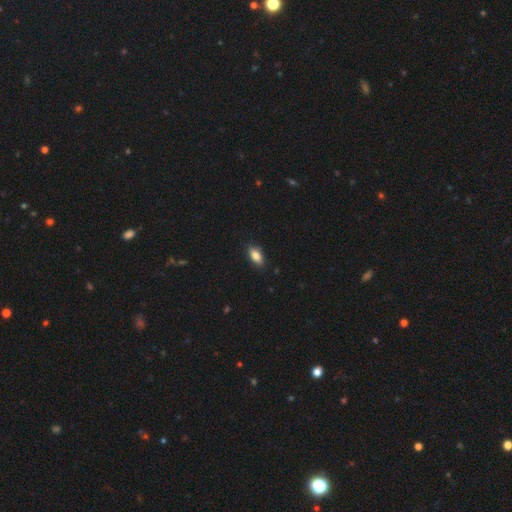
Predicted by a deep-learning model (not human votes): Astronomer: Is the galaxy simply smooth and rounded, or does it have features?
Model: smooth — 79%.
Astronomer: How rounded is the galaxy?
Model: in between — 85%.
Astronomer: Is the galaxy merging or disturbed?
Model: none — 85%.